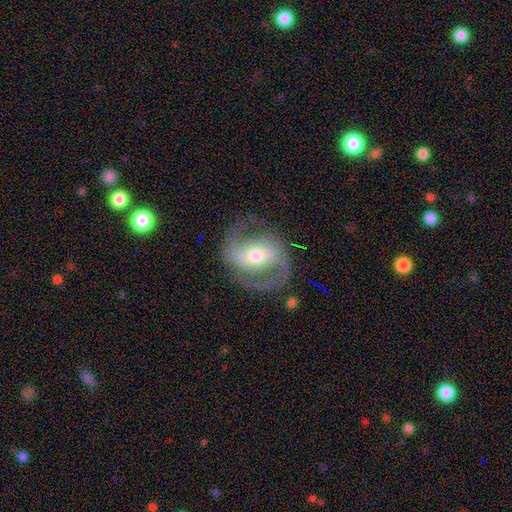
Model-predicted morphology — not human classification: smooth_or_featured: featured or disk (p=0.85) [alt: smooth p=0.10]
disk_edge_on: no (p=0.97) [alt: yes p=0.03]
bar: strong (p=0.43) [alt: weak p=0.37]
has_spiral_arms: yes (p=0.90) [alt: no p=0.10]
spiral_winding: medium (p=0.55) [alt: loose p=0.24]
spiral_arm_count: 2 (p=0.90) [alt: can't tell p=0.04]
bulge_size: moderate (p=0.64) [alt: small p=0.26]
merging: none (p=0.77) [alt: minor disturbance p=0.13]